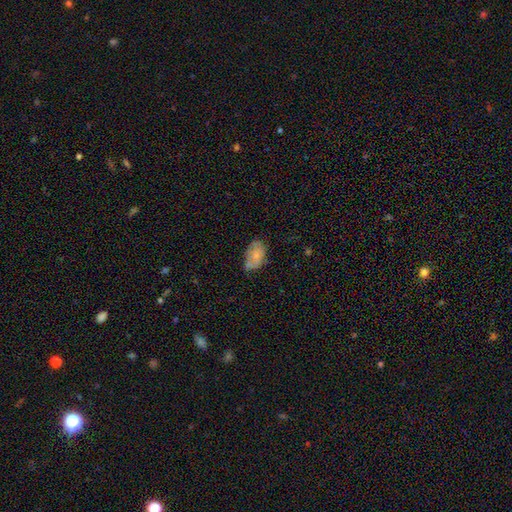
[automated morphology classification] Overall: smooth (69%). How rounded: in between (91%). Merging: none (50%; minor disturbance 35%).